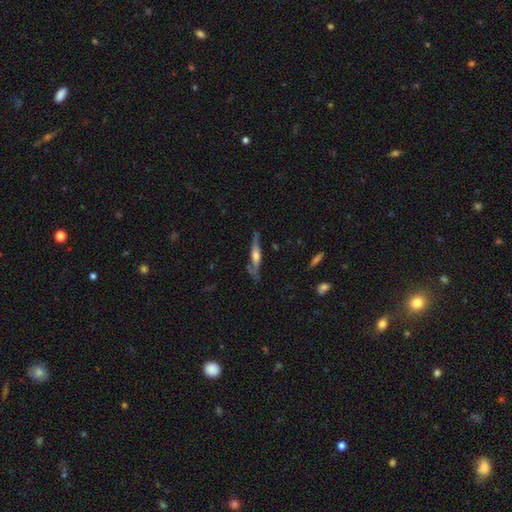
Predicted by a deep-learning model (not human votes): This is likely a featured or disk galaxy (65%). It is clearly viewed edge-on (88%). Edge-on bulge: likely rounded (75%). Merging: likely none (71%).